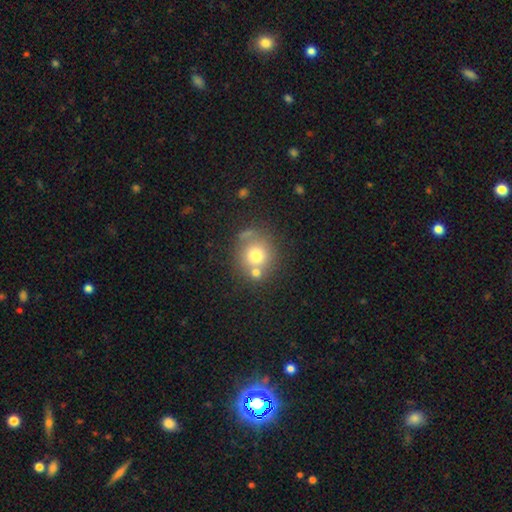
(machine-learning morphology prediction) Smooth or featured: smooth — 70% (featured or disk — 18%)
How rounded: round — 86% (in between — 13%)
Merging: none — 56% (merger — 28%)